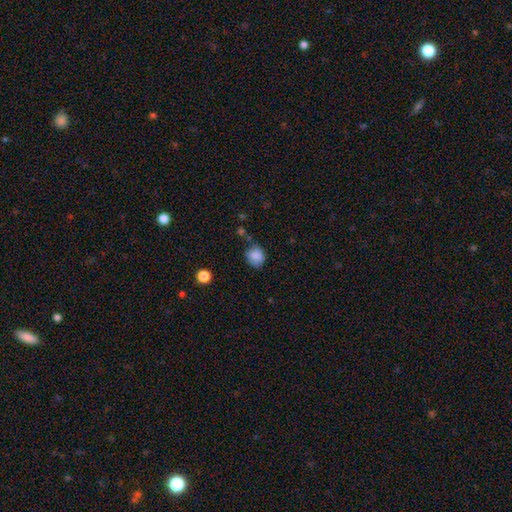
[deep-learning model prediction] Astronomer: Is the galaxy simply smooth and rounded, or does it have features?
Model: smooth — 83%.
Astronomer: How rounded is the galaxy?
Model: round — 62%.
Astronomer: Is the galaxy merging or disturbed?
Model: none — 65%.